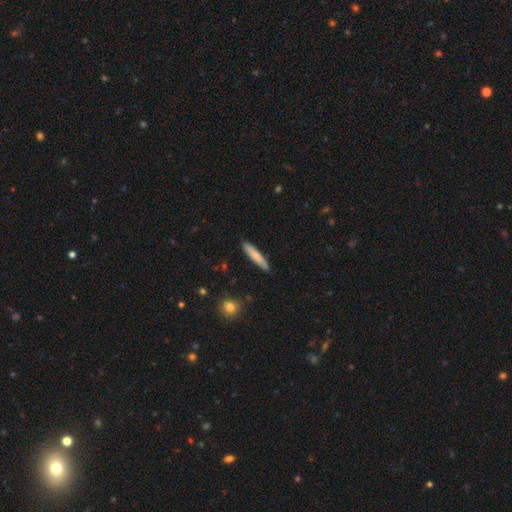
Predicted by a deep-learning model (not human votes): Smooth or featured? Predicted: smooth (p=0.75). How rounded? Predicted: cigar-shaped (p=0.91). Merging? Predicted: none (p=0.87).